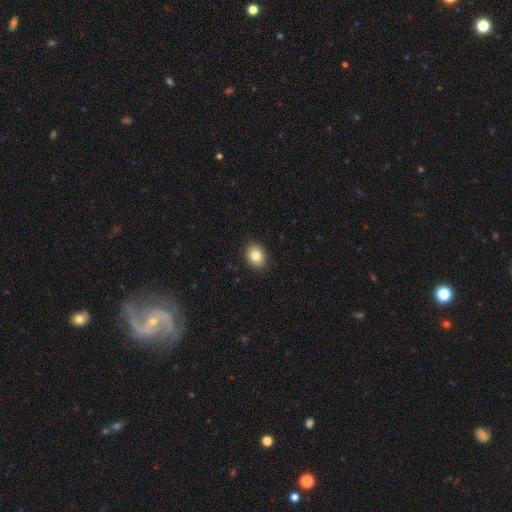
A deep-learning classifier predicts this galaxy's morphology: smooth 83%, star or artifact 9%, featured or disk 8%. Down the decision tree: how rounded — in between (50%); merging — none (91%).